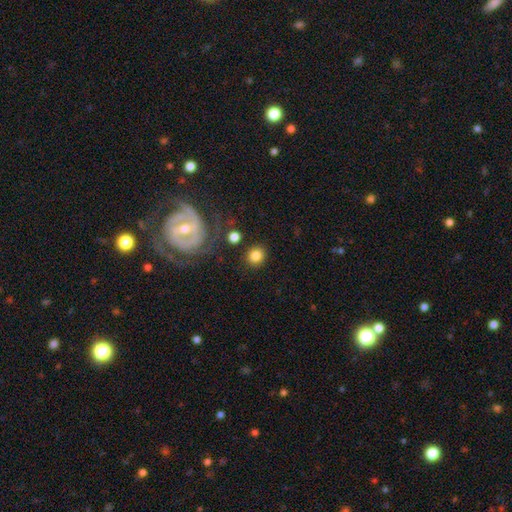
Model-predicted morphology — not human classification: smooth 82%, star or artifact 9%, featured or disk 9%. Down the decision tree: how rounded — round (79%); merging — none (84%).